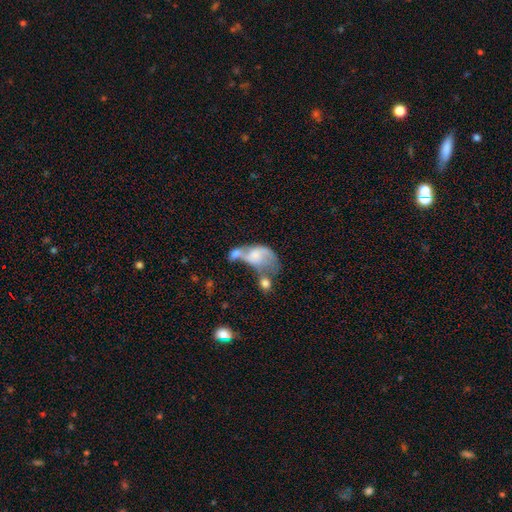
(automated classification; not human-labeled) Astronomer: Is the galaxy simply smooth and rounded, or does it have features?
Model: featured or disk — 49% (runner-up: smooth, 42%).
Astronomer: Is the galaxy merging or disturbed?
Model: merger — 60%.